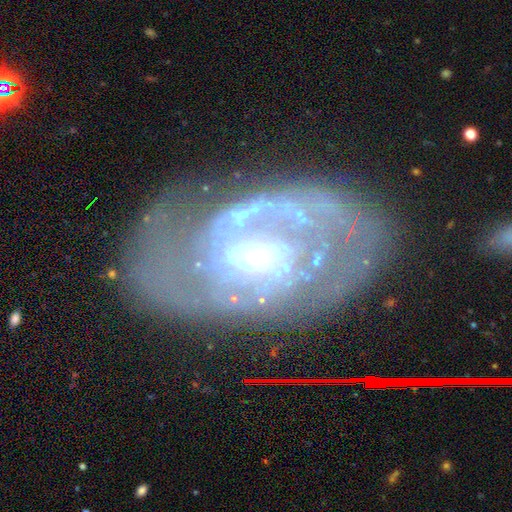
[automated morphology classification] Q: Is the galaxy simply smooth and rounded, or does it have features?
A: featured or disk — 81%.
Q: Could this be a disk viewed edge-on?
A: no — 94%.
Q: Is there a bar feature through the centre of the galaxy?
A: no — 43%.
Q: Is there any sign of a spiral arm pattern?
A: yes — 68%.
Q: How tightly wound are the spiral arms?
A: tight — 43%.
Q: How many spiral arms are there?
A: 2 — 47%.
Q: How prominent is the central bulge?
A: moderate — 43%.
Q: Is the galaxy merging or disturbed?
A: none — 46%.